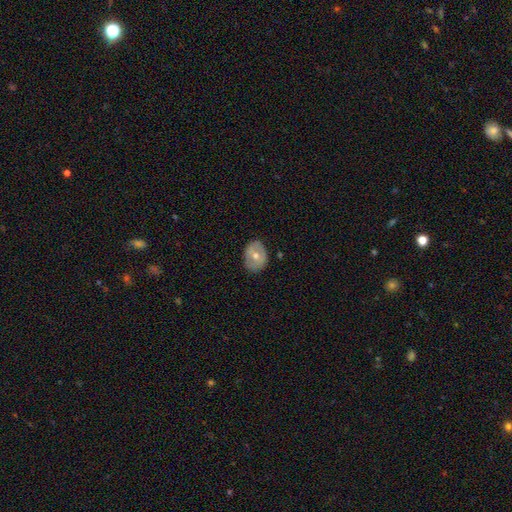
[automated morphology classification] A smooth galaxy with no disk features (47%).

Vote fractions:
- Smooth or featured? smooth: 47% / featured or disk: 46% / star or artifact: 8%
- Merging? none: 81% / minor disturbance: 14% / major disturbance: 3% / merger: 1%